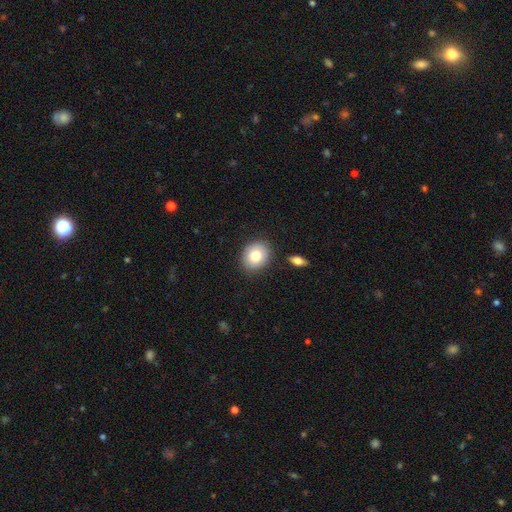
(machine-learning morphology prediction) smooth_or_featured: smooth (p=0.79) [alt: featured or disk p=0.13]
how_rounded: round (p=0.60) [alt: in between p=0.39]
merging: none (p=0.85) [alt: minor disturbance p=0.09]